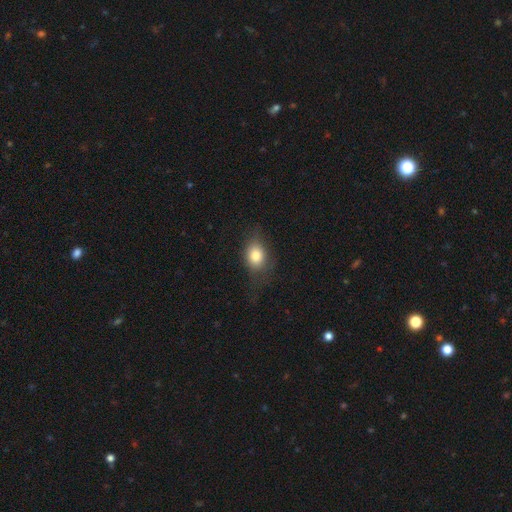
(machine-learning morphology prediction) smooth 79%, featured or disk 11%, star or artifact 10%. Down the decision tree: how rounded — in between (58%); merging — none (61%).